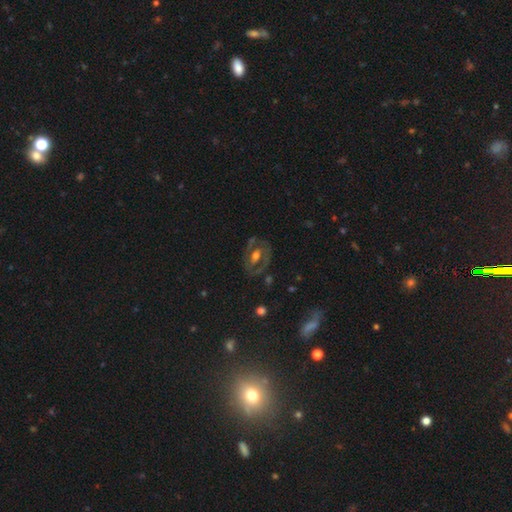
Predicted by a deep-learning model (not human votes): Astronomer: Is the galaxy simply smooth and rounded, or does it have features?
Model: featured or disk — 61%.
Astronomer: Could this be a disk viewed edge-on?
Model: no — 93%.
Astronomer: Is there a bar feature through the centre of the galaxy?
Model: no — 59%.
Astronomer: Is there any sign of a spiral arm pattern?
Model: no — 68%.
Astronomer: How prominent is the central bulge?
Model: moderate — 62%.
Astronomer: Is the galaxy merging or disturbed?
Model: none — 67%.